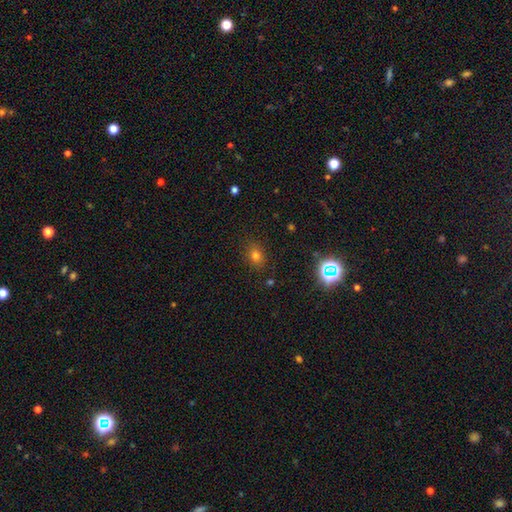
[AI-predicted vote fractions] The model was most divided on "how rounded": in between: 50%, round: 49%, cigar-shaped: 1%. More confident: merging — none (85%); smooth or featured — smooth (69%).